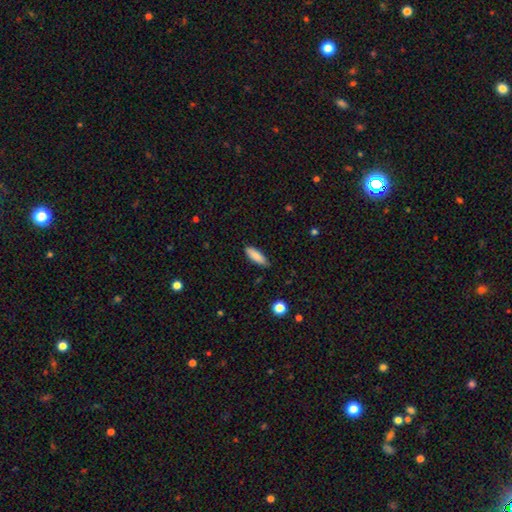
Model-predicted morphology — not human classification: Smooth or featured? smooth (87%)
How rounded? in between (56%)
Merging? none (83%)